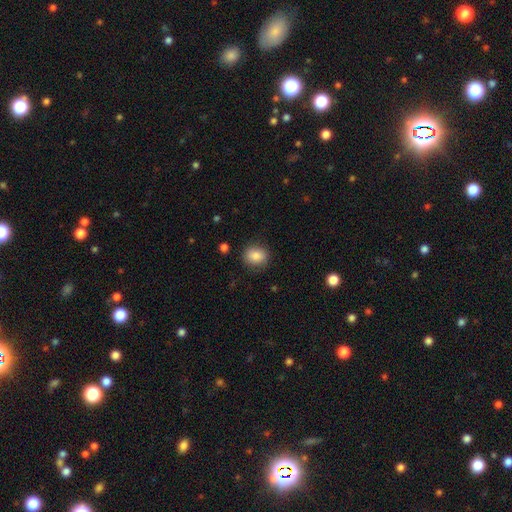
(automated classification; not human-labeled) Morphology: type=smooth (84%); roundness=round (62%); merging=none (82%).